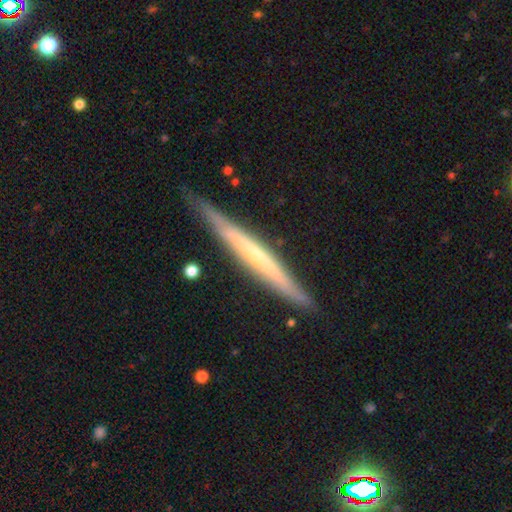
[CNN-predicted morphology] smooth_or_featured: featured or disk (p=0.71) [alt: smooth p=0.23]
disk_edge_on: yes (p=0.94) [alt: no p=0.06]
edge_on_bulge: none (p=0.49) [alt: rounded p=0.45]
merging: none (p=0.82) [alt: minor disturbance p=0.14]